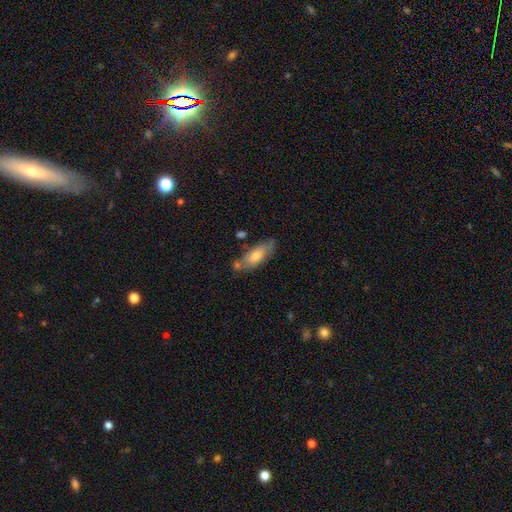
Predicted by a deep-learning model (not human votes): This is likely a smooth galaxy (67%). How rounded: likely in between (70%). Merging: likely none (64%).